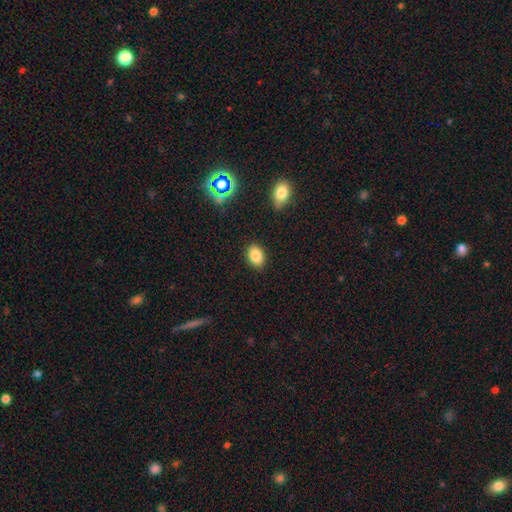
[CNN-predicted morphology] Smooth or featured? Predicted: smooth (p=0.84). How rounded? Predicted: in between (p=0.79). Merging? Predicted: none (p=0.88).